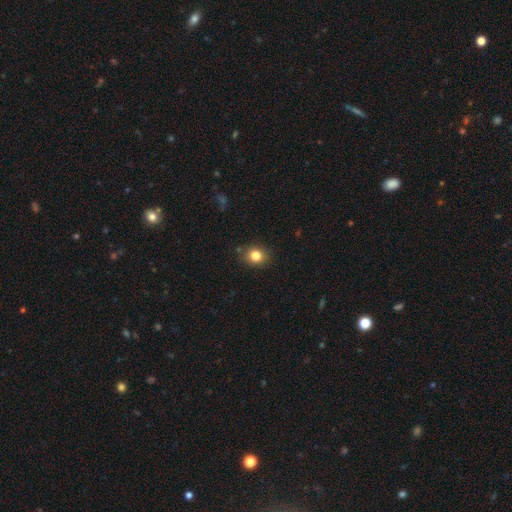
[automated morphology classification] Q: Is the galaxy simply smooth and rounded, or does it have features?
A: smooth — 82%.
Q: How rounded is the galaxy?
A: round — 63%.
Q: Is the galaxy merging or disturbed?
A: none — 85%.